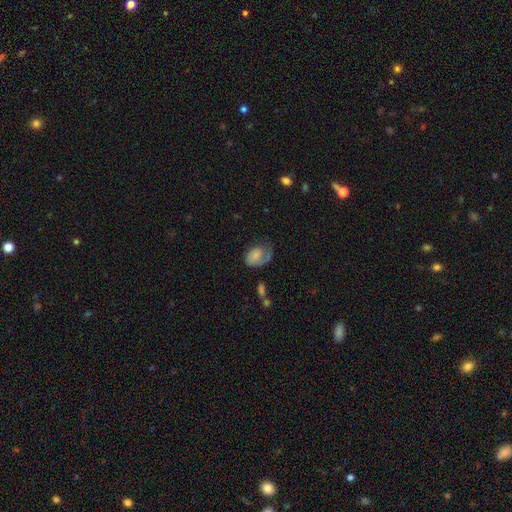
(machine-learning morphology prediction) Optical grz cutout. It shows a smooth galaxy with no disk features (54%) that is in between round and cigar-shaped (78%). Merging: none (35%, tied with major disturbance).